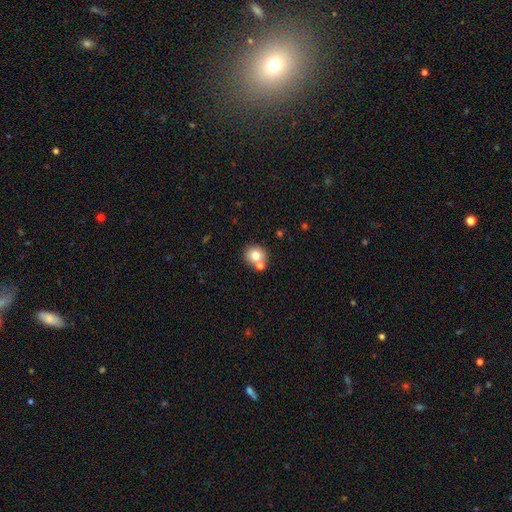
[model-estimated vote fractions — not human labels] This appears to be a smooth galaxy with no disk features (76%) that is round (84%). Merging: none (63%).